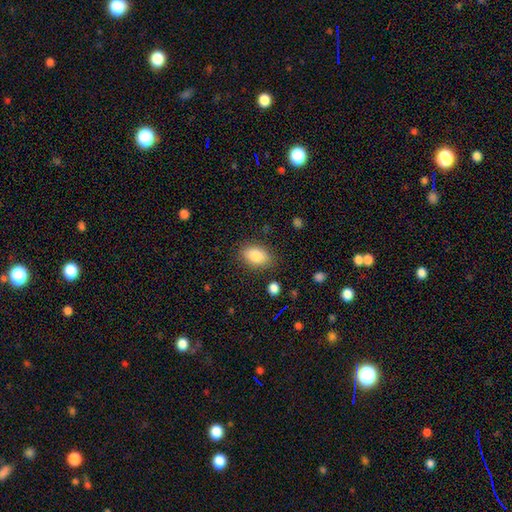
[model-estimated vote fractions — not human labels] smooth-or-featured: smooth: 85% | featured or disk: 8% | star or artifact: 7%
  how-rounded: in between: 89% | round: 9% | cigar-shaped: 2%
  merging: none: 83% | minor disturbance: 12% | major disturbance: 3% | merger: 2%